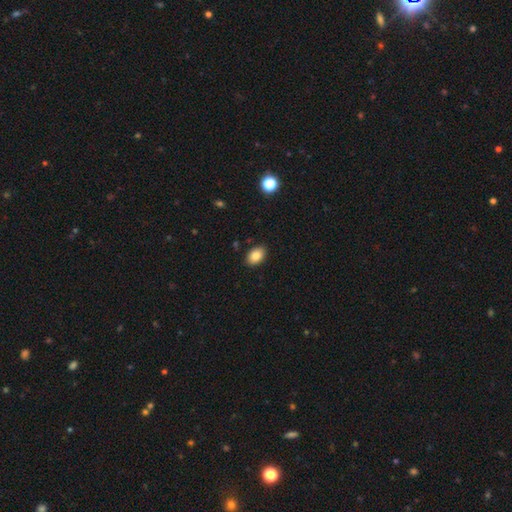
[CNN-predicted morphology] A smooth galaxy with no disk features (85%) that is in between round and cigar-shaped (85%).

Vote fractions:
- Smooth or featured? smooth: 85% / star or artifact: 8% / featured or disk: 7%
- How rounded? in between: 85% / round: 14% / cigar-shaped: 1%
- Merging? none: 89% / minor disturbance: 8% / major disturbance: 2% / merger: 1%